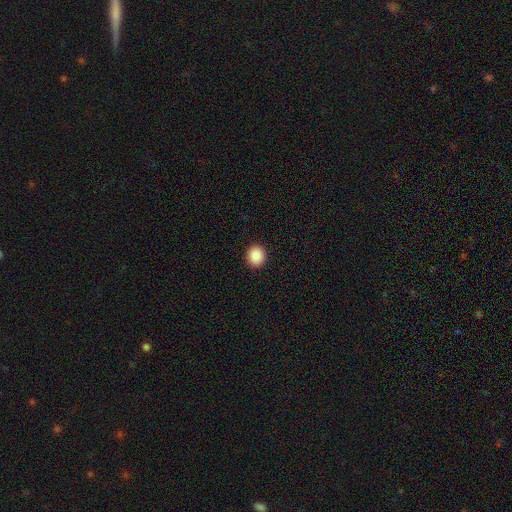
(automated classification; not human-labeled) A smooth galaxy with no disk features (90%) that is round (82%). Merging: none (92%).